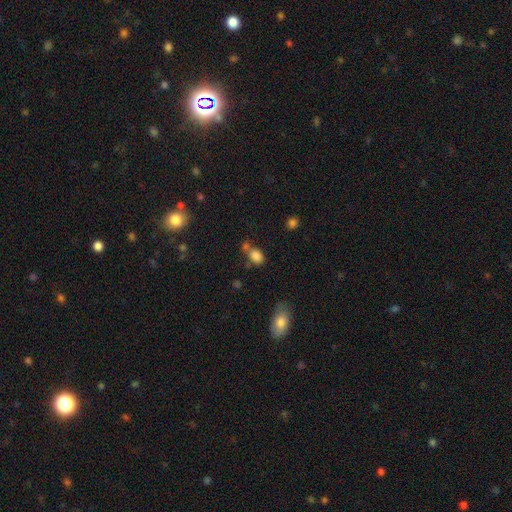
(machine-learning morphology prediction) A smooth galaxy with no disk features (82%) that is in between round and cigar-shaped (73%).

Vote fractions:
- Smooth or featured? smooth: 82% / star or artifact: 11% / featured or disk: 7%
- How rounded? in between: 73% / round: 26% / cigar-shaped: 2%
- Merging? none: 48% / merger: 30% / minor disturbance: 16% / major disturbance: 6%